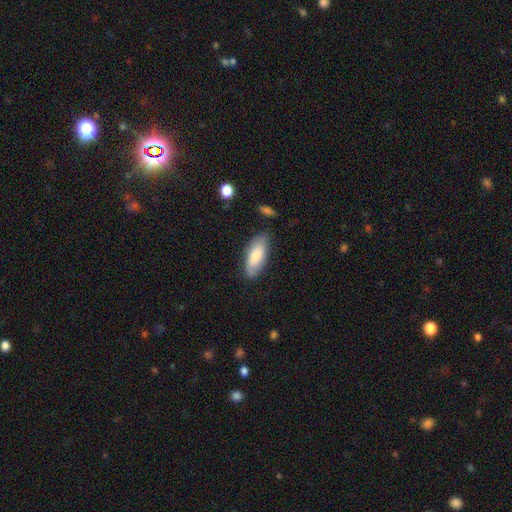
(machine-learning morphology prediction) This is likely a smooth galaxy (77%). How rounded: clearly in between (84%). Merging: likely none (78%).